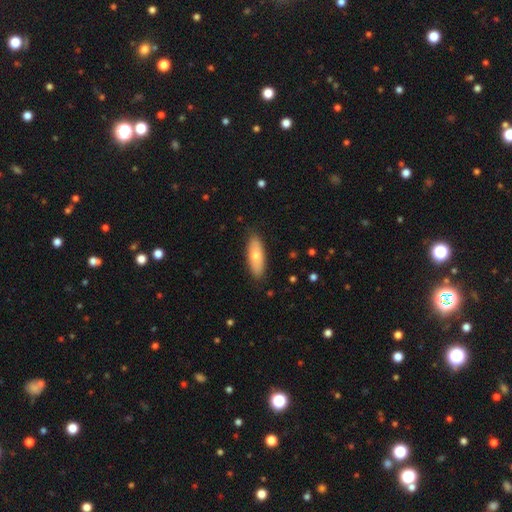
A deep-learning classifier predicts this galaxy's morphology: type=smooth (67%); roundness=in between (58%); merging=none (88%).